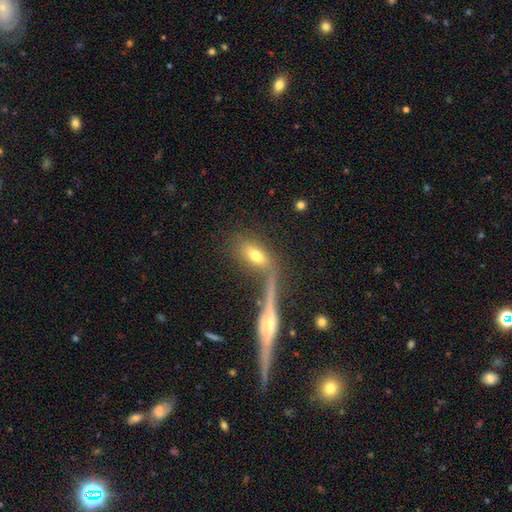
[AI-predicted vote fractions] A smooth galaxy with no disk features (62%) that is in between round and cigar-shaped (70%). Merging: none (53%).